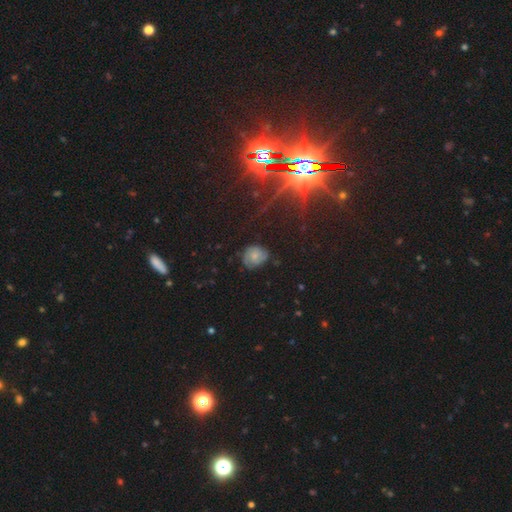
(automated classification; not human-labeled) smooth-or-featured: smooth: 53% | featured or disk: 32% | star or artifact: 14%
  how-rounded: round: 66% | in between: 33% | cigar-shaped: 1%
  merging: none: 65% | minor disturbance: 26% | major disturbance: 7% | merger: 2%